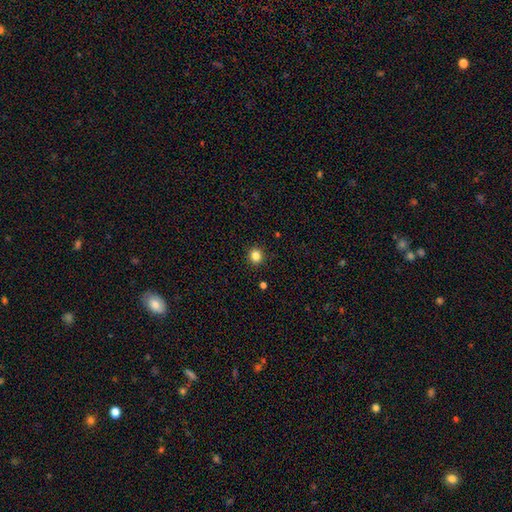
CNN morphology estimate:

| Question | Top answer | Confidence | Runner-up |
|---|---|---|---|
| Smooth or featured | smooth | 83% | star or artifact (12%) |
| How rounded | round | 92% | in between (7%) |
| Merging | none | 92% | minor disturbance (5%) |